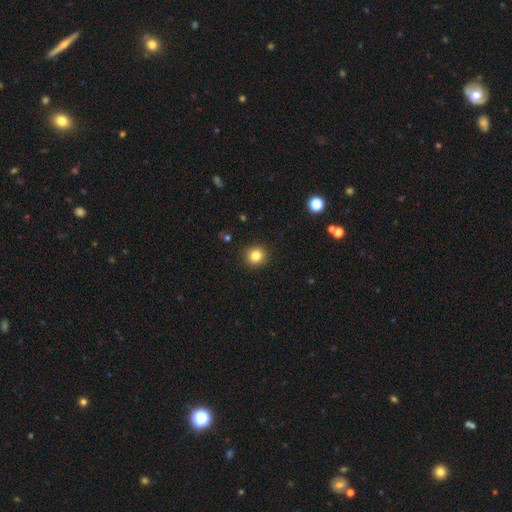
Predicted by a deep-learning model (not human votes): The model was most divided on "smooth or featured": smooth: 83%, star or artifact: 12%, featured or disk: 6%. More confident: merging — none (92%); how rounded — round (91%).